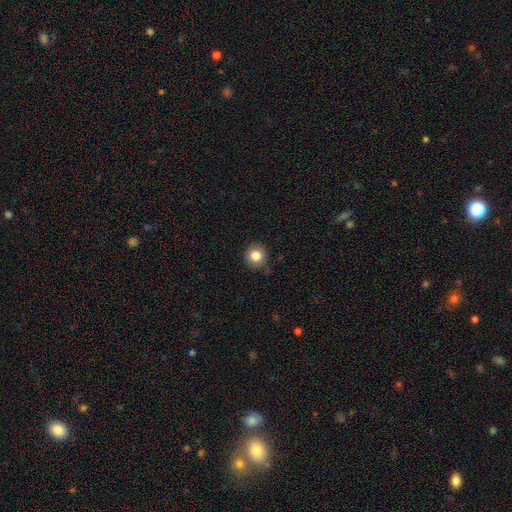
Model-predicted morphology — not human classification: smooth 83%, star or artifact 10%, featured or disk 7%. Down the decision tree: how rounded — round (91%); merging — none (83%).